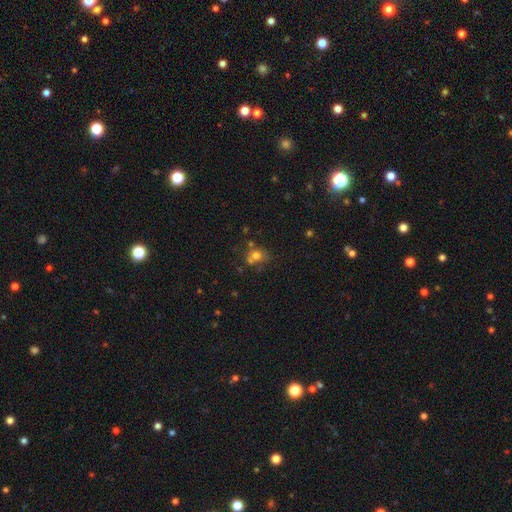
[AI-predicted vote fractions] This is likely a smooth galaxy (68%). How rounded: likely round (70%). Merging: possibly none (49%).